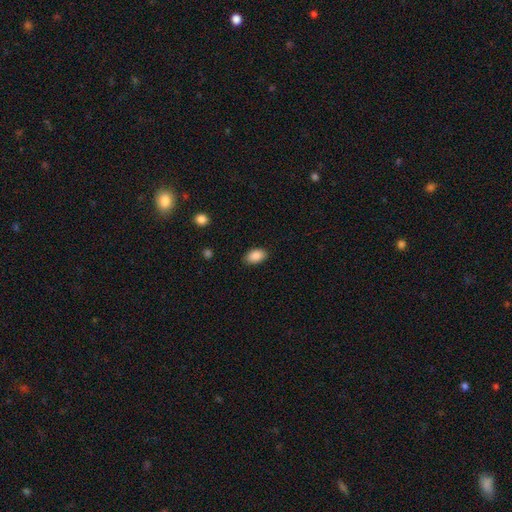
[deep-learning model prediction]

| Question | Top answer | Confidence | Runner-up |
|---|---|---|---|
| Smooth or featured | smooth | 89% | star or artifact (8%) |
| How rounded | in between | 90% | round (9%) |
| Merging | none | 86% | minor disturbance (11%) |